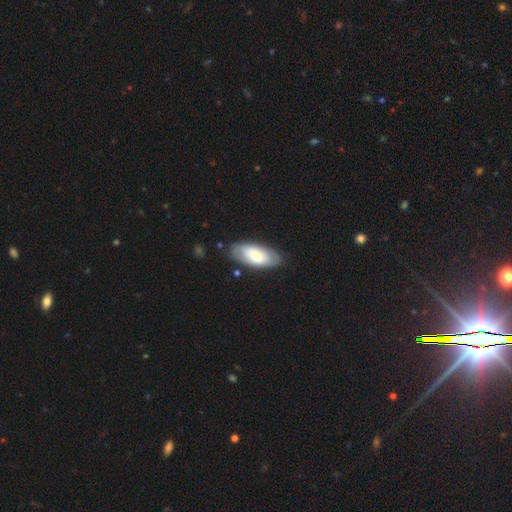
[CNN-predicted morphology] Smooth or featured? Predicted: smooth (p=0.61). How rounded? Predicted: in between (p=0.89). Merging? Predicted: none (p=0.79).